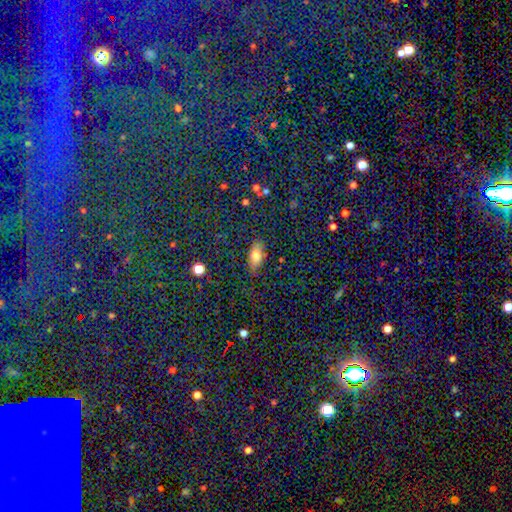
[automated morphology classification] smooth-or-featured: smooth: 73% | featured or disk: 14% | star or artifact: 12%
  how-rounded: in between: 80% | cigar-shaped: 14% | round: 6%
  merging: none: 82% | minor disturbance: 12% | major disturbance: 4% | merger: 2%